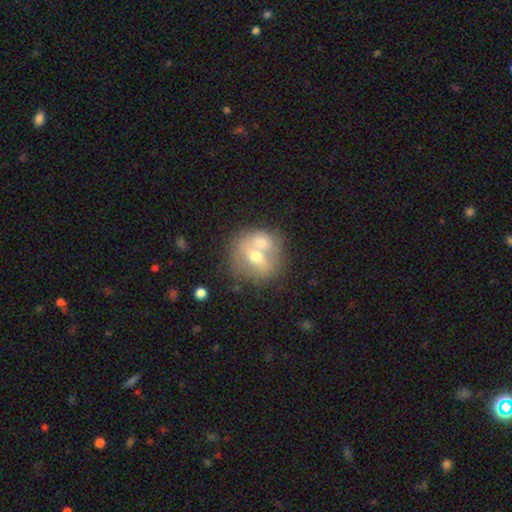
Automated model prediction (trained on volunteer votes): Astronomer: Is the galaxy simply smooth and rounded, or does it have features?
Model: smooth — 56% (runner-up: featured or disk, 35%).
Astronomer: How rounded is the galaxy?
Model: round — 79%.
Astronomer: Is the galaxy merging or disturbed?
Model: merger — 56% (runner-up: none, 32%).